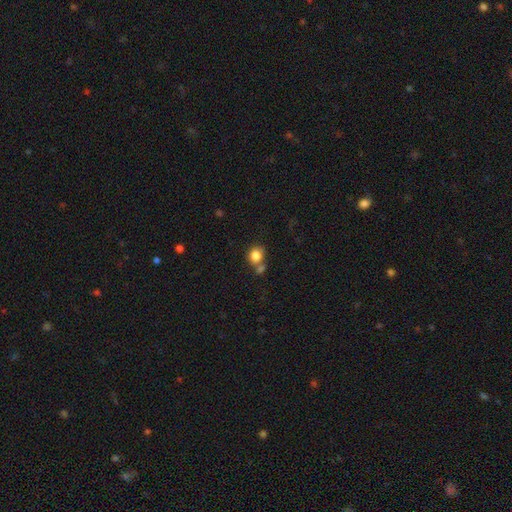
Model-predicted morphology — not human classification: Smooth or featured? Predicted: smooth (p=0.83). How rounded? Predicted: round (p=0.73). Merging? Predicted: none (p=0.54).